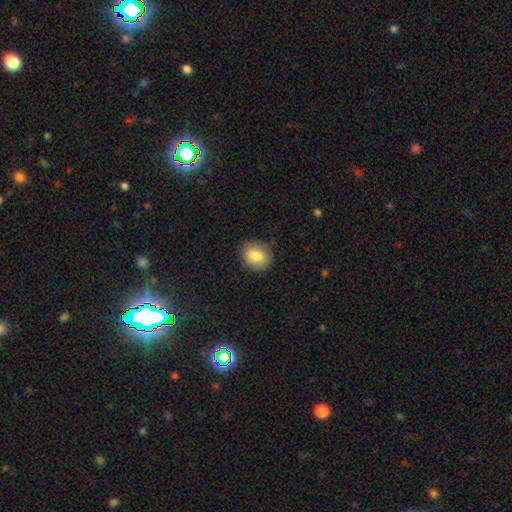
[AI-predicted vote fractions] smooth-or-featured: smooth: 84% | featured or disk: 9% | star or artifact: 8%
  how-rounded: round: 53% | in between: 46% | cigar-shaped: 1%
  merging: none: 86% | minor disturbance: 10% | major disturbance: 3% | merger: 1%